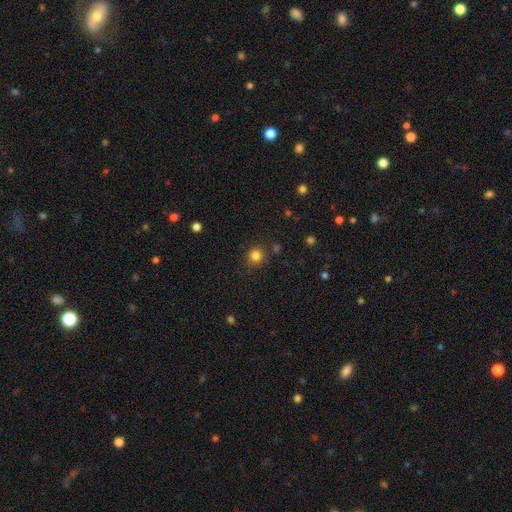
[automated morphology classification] smooth 82%, star or artifact 13%, featured or disk 4%. Down the decision tree: how rounded — round (91%); merging — none (86%).